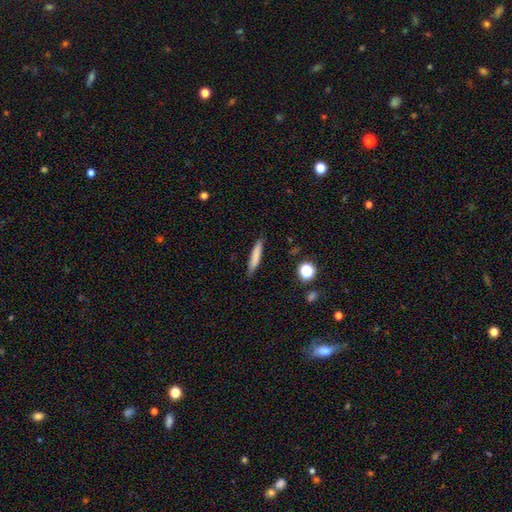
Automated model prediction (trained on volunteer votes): smooth_or_featured: smooth (p=0.77) [alt: featured or disk p=0.14]
how_rounded: cigar-shaped (p=0.90) [alt: in between p=0.09]
merging: none (p=0.85) [alt: minor disturbance p=0.11]